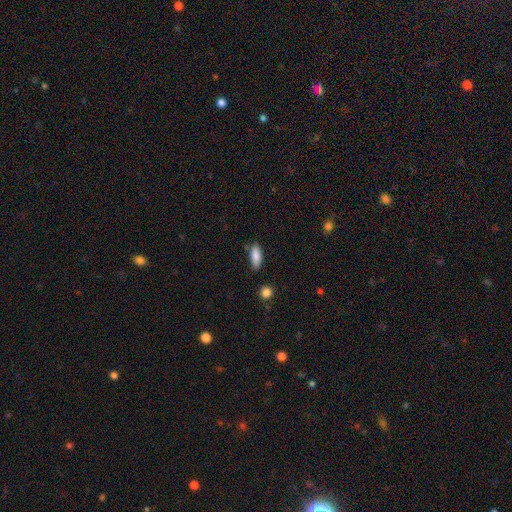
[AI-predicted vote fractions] Morphology: type=smooth (85%); roundness=in between (70%); merging=none (76%).